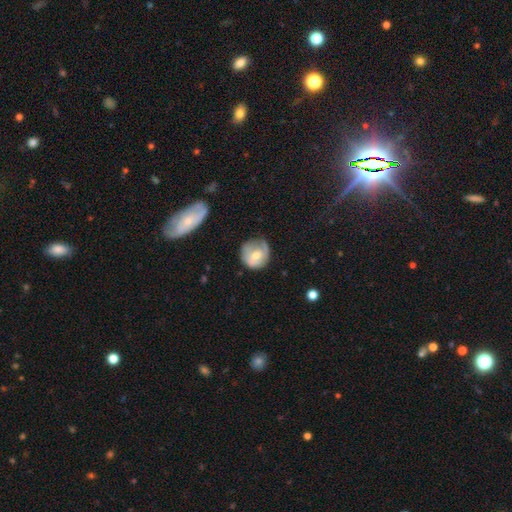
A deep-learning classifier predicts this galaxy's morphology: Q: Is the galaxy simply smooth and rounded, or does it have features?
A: smooth — 56%.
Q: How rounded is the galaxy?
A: round — 85%.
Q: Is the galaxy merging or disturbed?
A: none — 53%.